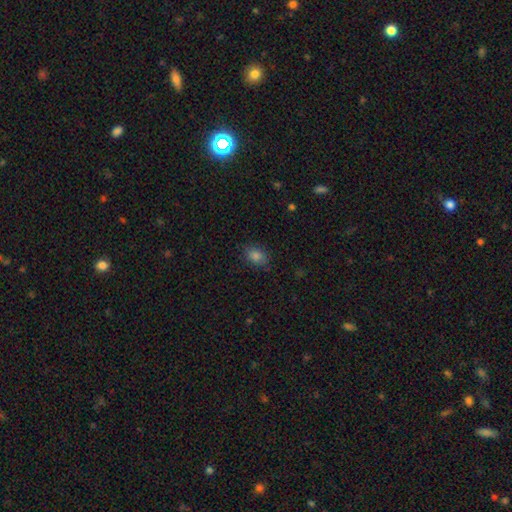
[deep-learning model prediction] Smooth or featured?
  - smooth: 82% *
  - star or artifact: 12%
  - featured or disk: 6%
How rounded?
  - in between: 73% *
  - round: 26%
  - cigar-shaped: 1%
Merging?
  - none: 82% *
  - minor disturbance: 14%
  - major disturbance: 3%
  - merger: 1%